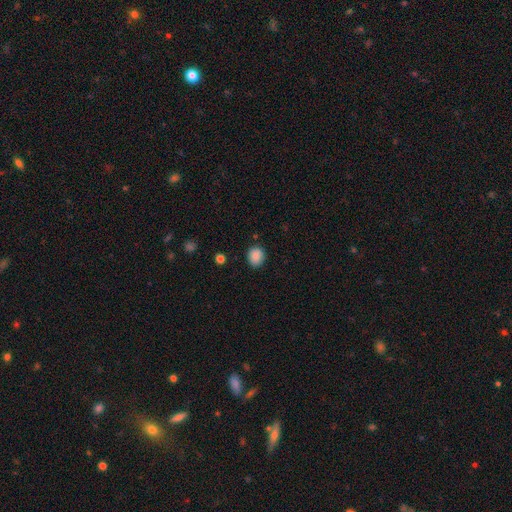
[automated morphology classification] Smooth or featured? smooth (86%)
How rounded? round (67%)
Merging? none (86%)